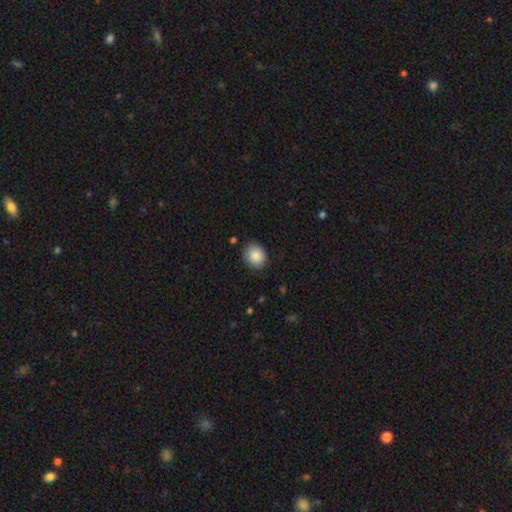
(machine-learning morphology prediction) A smooth galaxy with no disk features (87%) that is round (65%). Merging: none (83%).